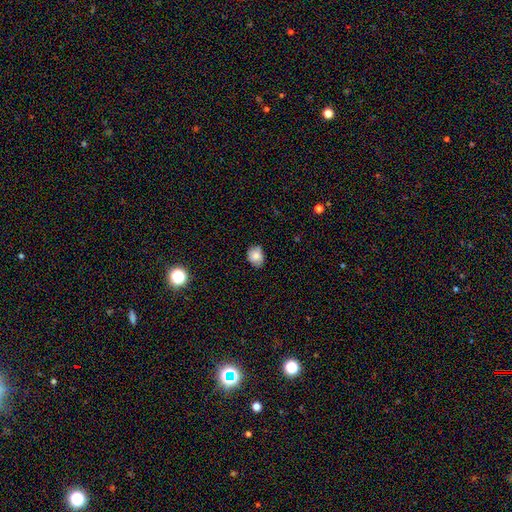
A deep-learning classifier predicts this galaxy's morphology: Smooth or featured? Predicted: smooth (p=0.81). How rounded? Predicted: in between (p=0.54). Merging? Predicted: none (p=0.72).